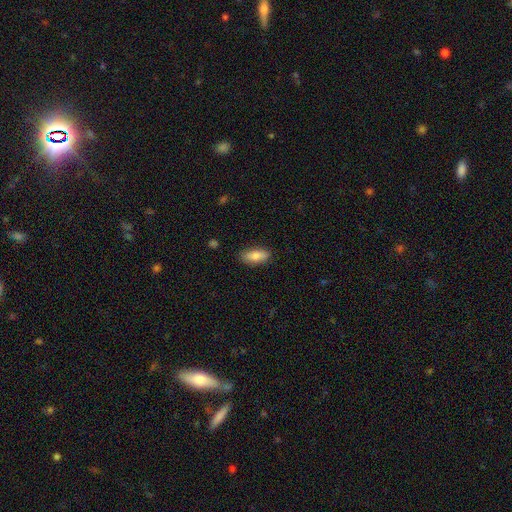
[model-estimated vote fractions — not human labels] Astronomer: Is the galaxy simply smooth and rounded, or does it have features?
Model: smooth — 81%.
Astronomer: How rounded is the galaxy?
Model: in between — 79%.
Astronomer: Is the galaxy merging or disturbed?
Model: none — 85%.